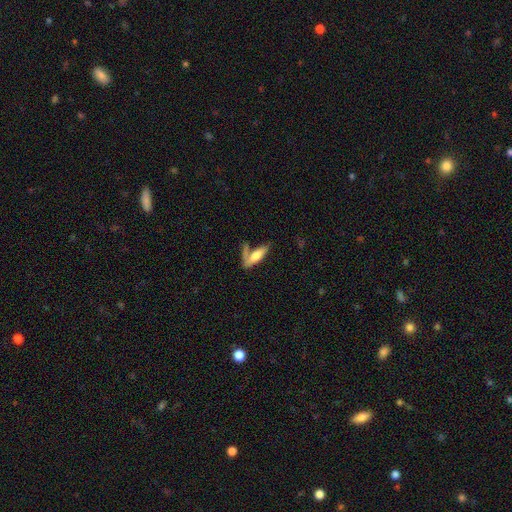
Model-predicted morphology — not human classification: A smooth galaxy with no disk features (69%) that is in between round and cigar-shaped (51%).

Vote fractions:
- Smooth or featured? smooth: 69% / featured or disk: 24% / star or artifact: 7%
- How rounded? in between: 51% / cigar-shaped: 47% / round: 2%
- Merging? none: 42% / merger: 29% / minor disturbance: 17% / major disturbance: 12%